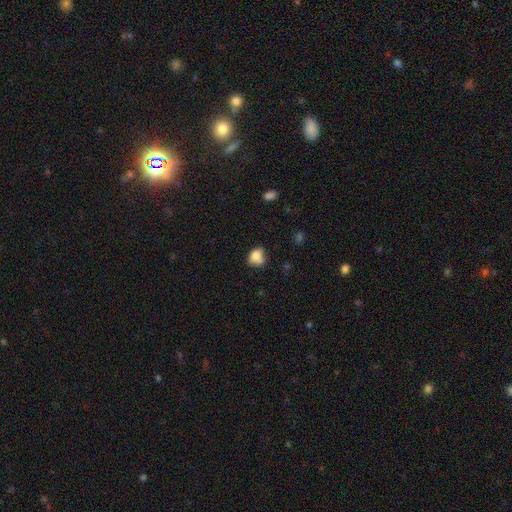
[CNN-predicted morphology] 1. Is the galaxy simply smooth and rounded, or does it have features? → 78% smooth, 12% featured or disk, 10% star or artifact.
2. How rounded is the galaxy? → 53% round, 46% in between, 1% cigar-shaped.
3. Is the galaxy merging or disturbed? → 47% none, 29% minor disturbance, 16% merger, 9% major disturbance.